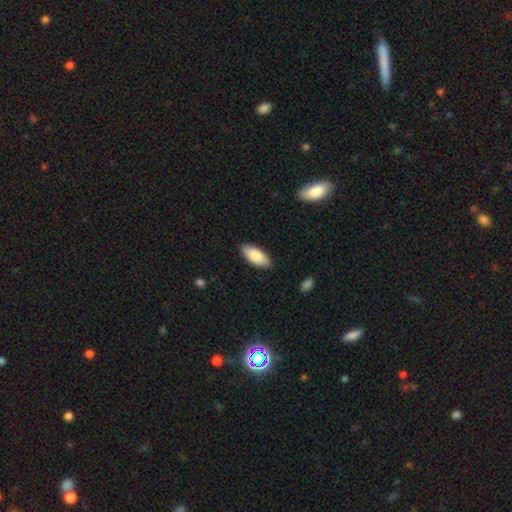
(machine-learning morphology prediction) A smooth galaxy with no disk features (87%) that is in between round and cigar-shaped (87%). Merging: none (87%).